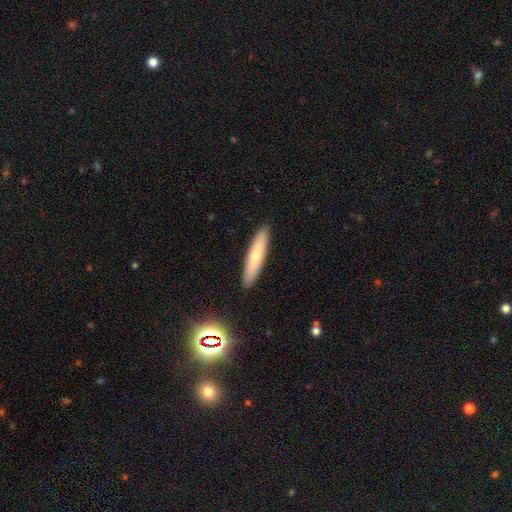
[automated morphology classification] A smooth galaxy with no disk features (65%) that is cigar-shaped (85%). Merging: none (90%).